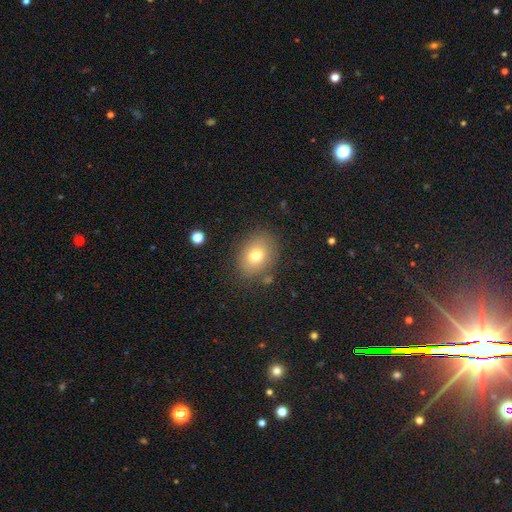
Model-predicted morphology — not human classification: Overall: smooth (75%). How rounded: in between (57%; round 42%). Merging: none (81%).